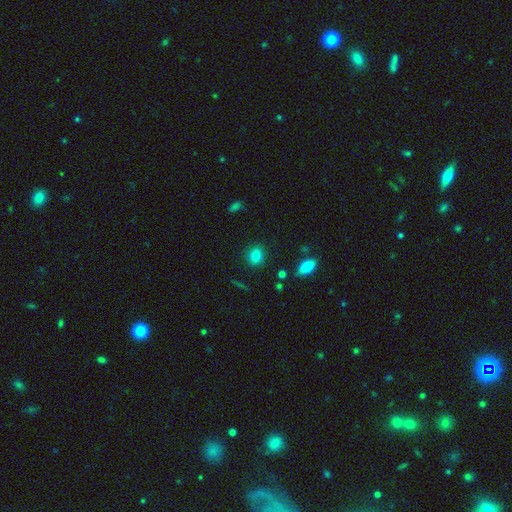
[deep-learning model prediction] Smooth or featured: smooth — 83% (star or artifact — 10%)
How rounded: round — 59% (in between — 40%)
Merging: none — 88% (minor disturbance — 8%)